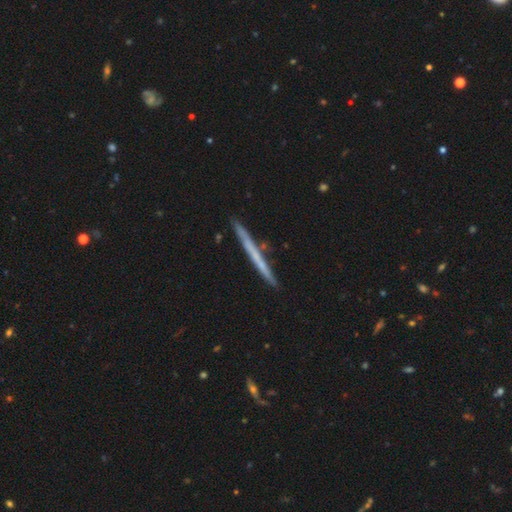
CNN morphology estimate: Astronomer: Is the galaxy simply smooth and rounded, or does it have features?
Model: featured or disk — 51% (runner-up: smooth, 43%).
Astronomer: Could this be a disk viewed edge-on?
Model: yes — 97%.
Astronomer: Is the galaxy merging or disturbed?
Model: none — 88%.